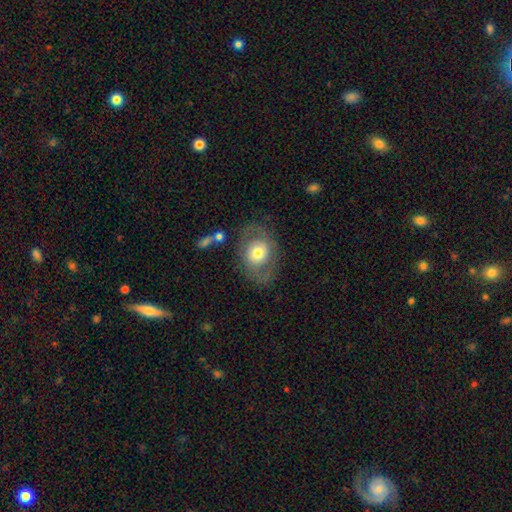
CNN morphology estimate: A smooth galaxy with no disk features (49%).

Vote fractions:
- Smooth or featured? smooth: 49% / featured or disk: 44% / star or artifact: 7%
- Merging? none: 69% / minor disturbance: 16% / major disturbance: 11% / merger: 3%